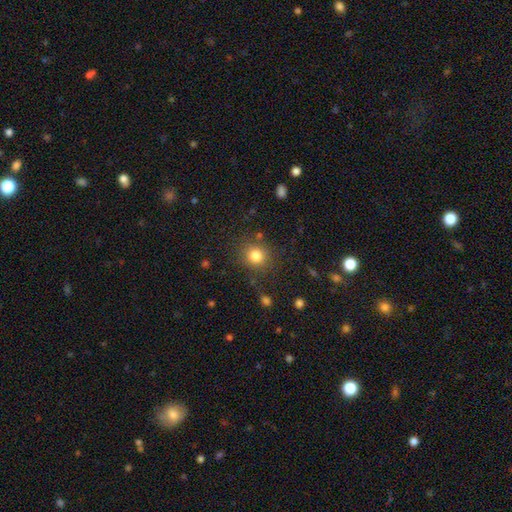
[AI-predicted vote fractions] This appears to be a smooth galaxy with no disk features (81%) that is round (87%). Merging: none (84%).